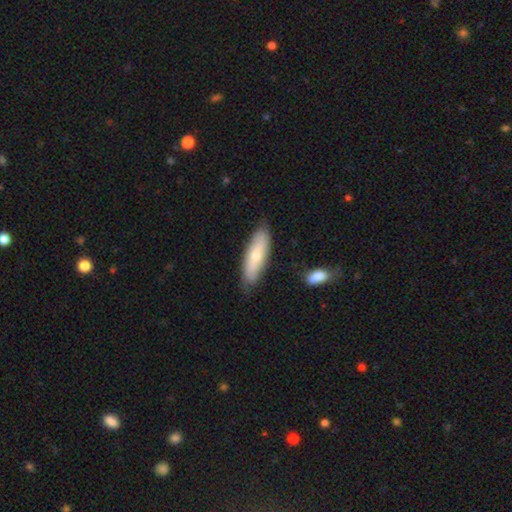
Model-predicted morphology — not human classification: Smooth or featured? Predicted: smooth (p=0.62). How rounded? Predicted: cigar-shaped (p=0.53). Merging? Predicted: none (p=0.80).